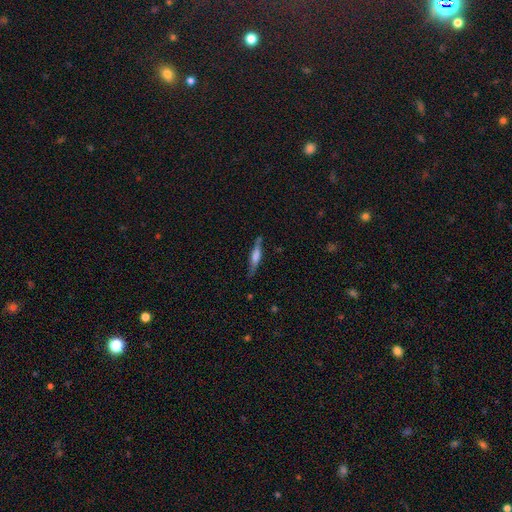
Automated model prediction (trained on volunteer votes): smooth_or_featured: smooth (p=0.50) [alt: featured or disk p=0.44]
merging: none (p=0.77) [alt: minor disturbance p=0.17]